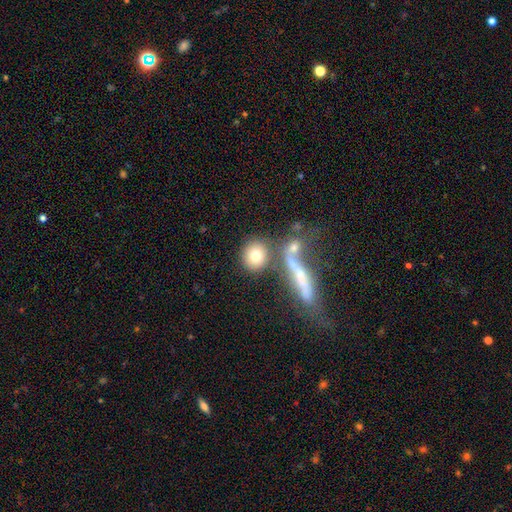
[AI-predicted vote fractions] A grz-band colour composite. It shows a smooth galaxy with no disk features (76%) that is round (83%). Merging: none (71%).